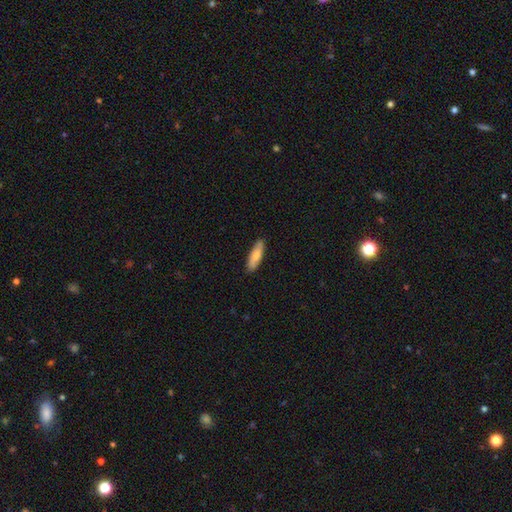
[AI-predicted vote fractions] Morphology: type=smooth (74%); roundness=cigar-shaped (55%); merging=none (87%).